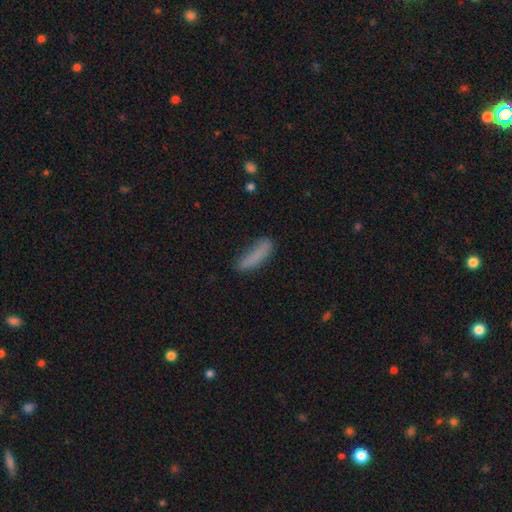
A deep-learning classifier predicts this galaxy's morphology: Q: Smooth or featured?
A: smooth (82%); runner-up: featured or disk (10%)
Q: How rounded?
A: cigar-shaped (69%); runner-up: in between (29%)
Q: Merging?
A: none (64%); runner-up: minor disturbance (24%)